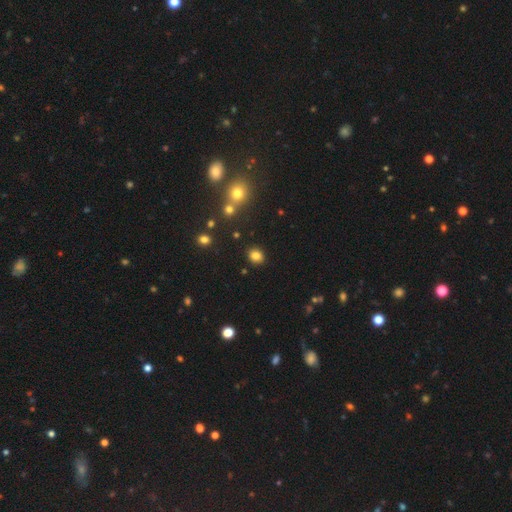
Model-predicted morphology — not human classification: smooth 82%, star or artifact 12%, featured or disk 5%. Down the decision tree: how rounded — round (62%); merging — none (88%).